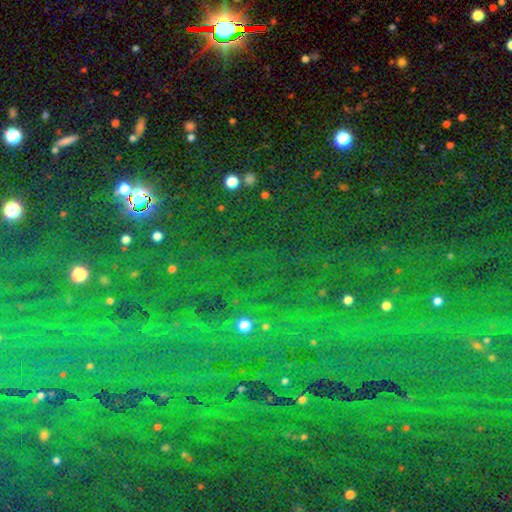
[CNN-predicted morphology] smooth-or-featured: star or artifact: 84% | smooth: 9% | featured or disk: 7%